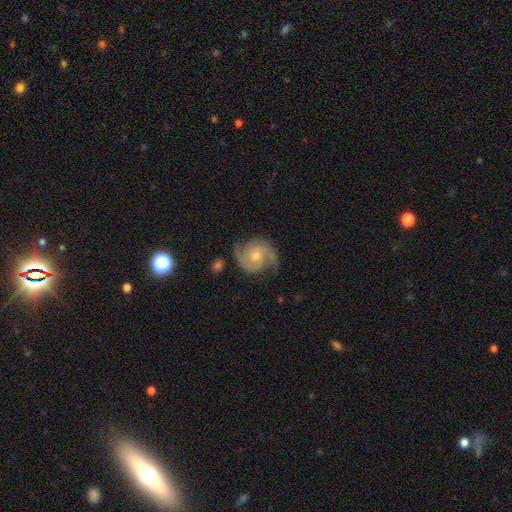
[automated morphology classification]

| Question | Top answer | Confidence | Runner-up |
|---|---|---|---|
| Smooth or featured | featured or disk | 87% | smooth (7%) |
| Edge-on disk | no | 98% | yes (2%) |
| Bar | no | 73% | weak (22%) |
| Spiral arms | yes | 97% | no (3%) |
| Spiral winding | medium | 49% | tight (38%) |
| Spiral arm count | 2 | 81% | 3 (8%) |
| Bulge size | small | 55% | moderate (41%) |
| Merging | none | 78% | minor disturbance (15%) |